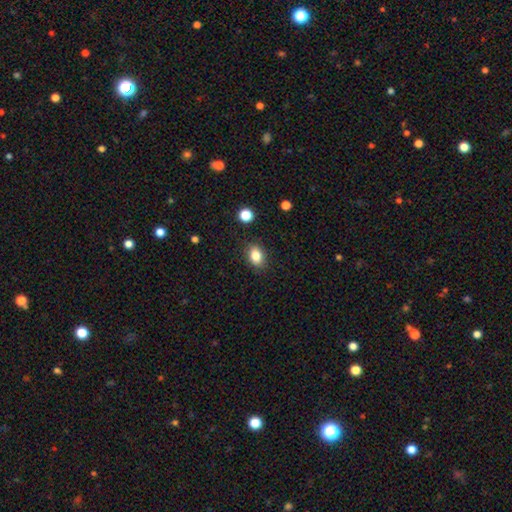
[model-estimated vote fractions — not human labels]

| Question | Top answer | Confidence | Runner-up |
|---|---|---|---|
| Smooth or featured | smooth | 83% | star or artifact (10%) |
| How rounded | in between | 74% | round (24%) |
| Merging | none | 86% | minor disturbance (10%) |